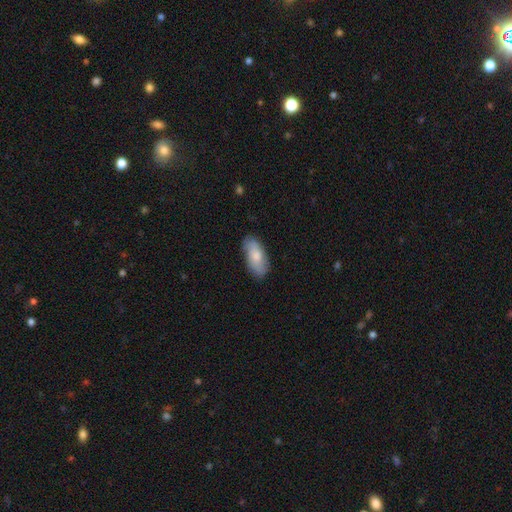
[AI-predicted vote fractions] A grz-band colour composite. It shows a smooth galaxy with no disk features (75%) that is in between round and cigar-shaped (86%). Merging: none (80%).